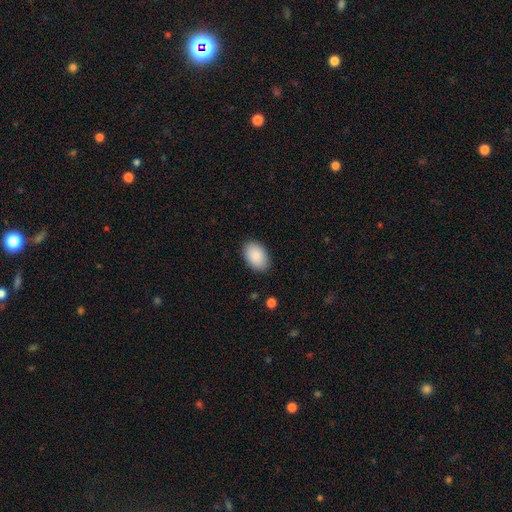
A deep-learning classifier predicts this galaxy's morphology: smooth_or_featured: smooth (p=0.90) [alt: star or artifact p=0.06]
how_rounded: in between (p=0.91) [alt: round p=0.08]
merging: none (p=0.88) [alt: minor disturbance p=0.09]